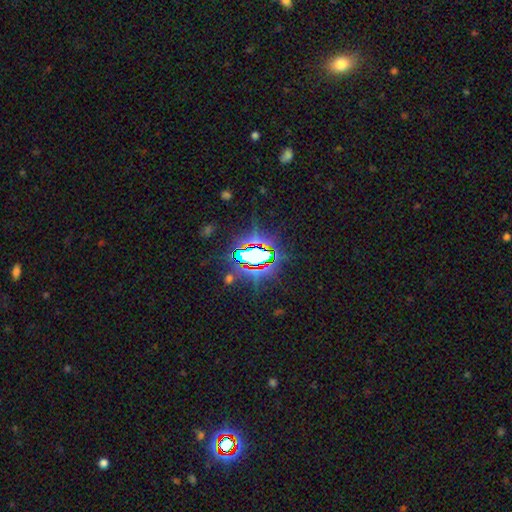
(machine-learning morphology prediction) Smooth or featured? star or artifact (76%)